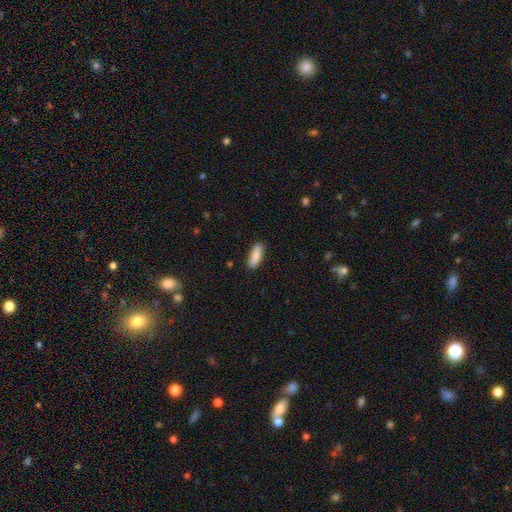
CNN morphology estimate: smooth-or-featured: smooth: 88% | featured or disk: 6% | star or artifact: 6%
  how-rounded: in between: 65% | cigar-shaped: 33% | round: 2%
  merging: none: 88% | minor disturbance: 9% | major disturbance: 2% | merger: 1%